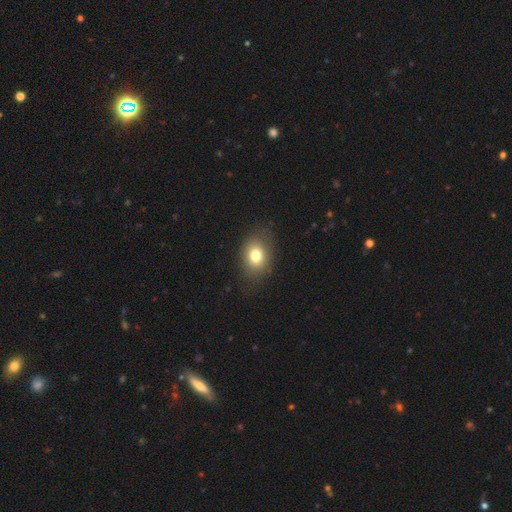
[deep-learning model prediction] Overall: smooth (77%). How rounded: in between (66%; round 33%). Merging: none (80%).